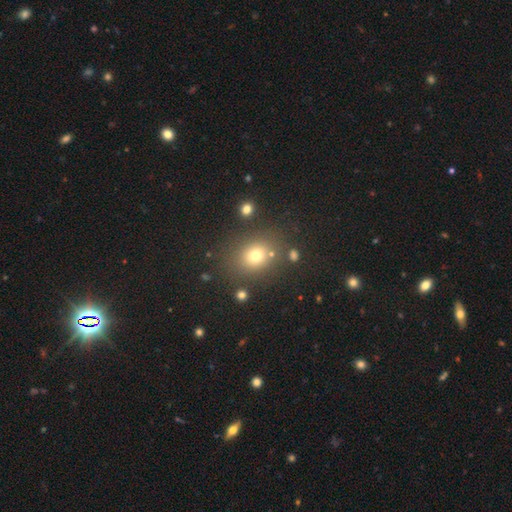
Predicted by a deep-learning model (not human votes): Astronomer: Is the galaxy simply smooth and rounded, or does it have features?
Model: smooth — 72%.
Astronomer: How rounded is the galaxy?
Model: round — 65%.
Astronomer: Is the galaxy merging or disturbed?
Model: none — 78%.